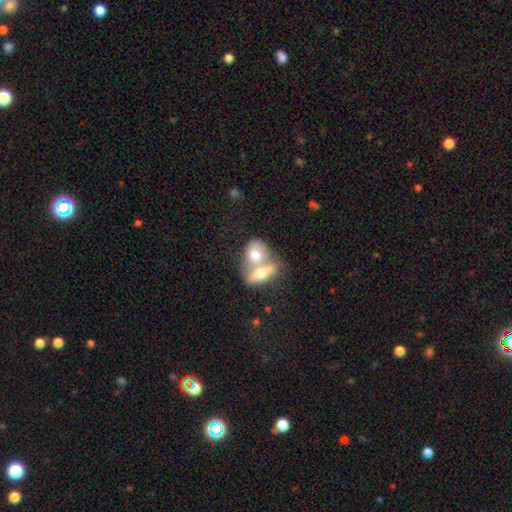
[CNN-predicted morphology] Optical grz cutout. It shows a smooth galaxy with no disk features (66%) that is in between round and cigar-shaped (74%). Merging: merger (75%).